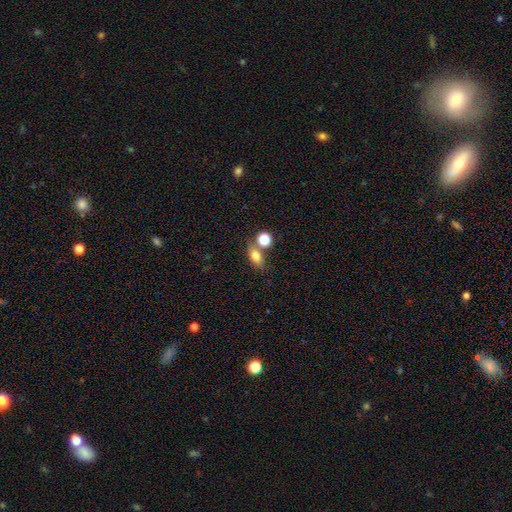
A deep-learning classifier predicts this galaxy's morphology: This appears to be a smooth galaxy with no disk features (75%) that is in between round and cigar-shaped (73%). Merging: none (57%).